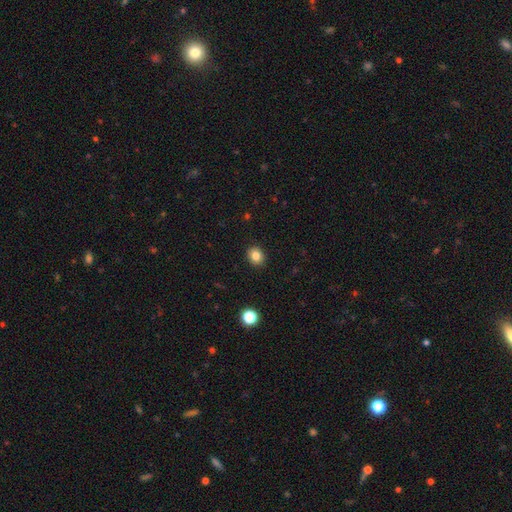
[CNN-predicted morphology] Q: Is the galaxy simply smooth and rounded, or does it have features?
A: smooth — 84%.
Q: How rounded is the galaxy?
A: round — 67%.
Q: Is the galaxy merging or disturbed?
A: none — 91%.